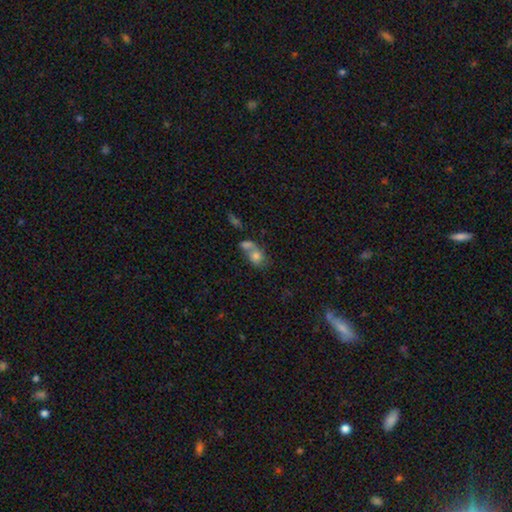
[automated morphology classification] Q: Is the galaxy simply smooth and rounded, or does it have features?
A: smooth — 75%.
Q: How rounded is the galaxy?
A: in between — 50%.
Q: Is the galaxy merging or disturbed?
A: merger — 59%.